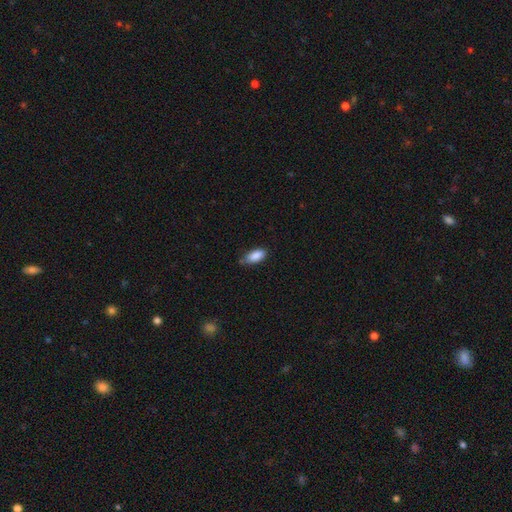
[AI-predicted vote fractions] smooth 88%, star or artifact 7%, featured or disk 5%. Down the decision tree: how rounded — in between (88%); merging — none (67%).